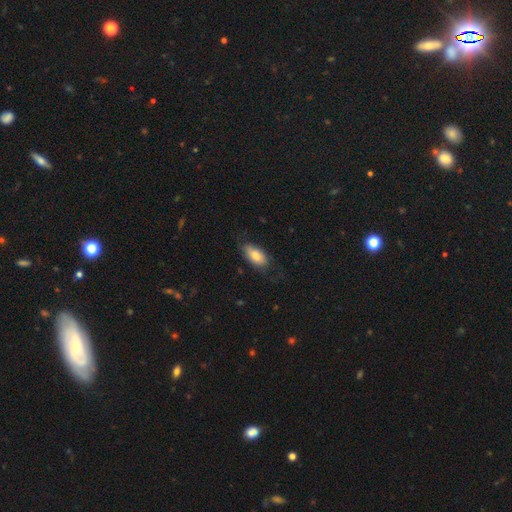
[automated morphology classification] Smooth or featured: smooth — 77% (featured or disk — 17%)
How rounded: in between — 91% (cigar-shaped — 6%)
Merging: none — 64% (minor disturbance — 26%)